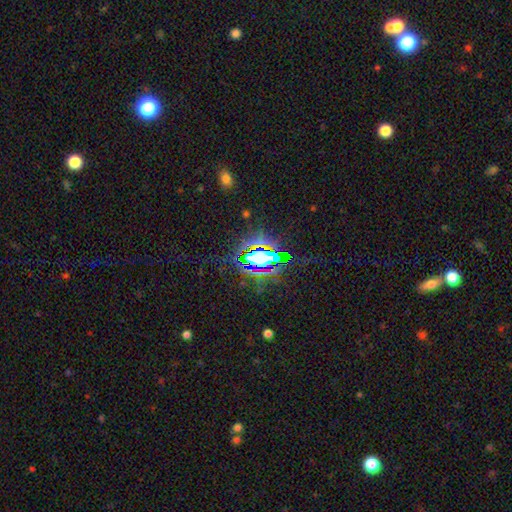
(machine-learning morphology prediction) type=star or artifact (64%).